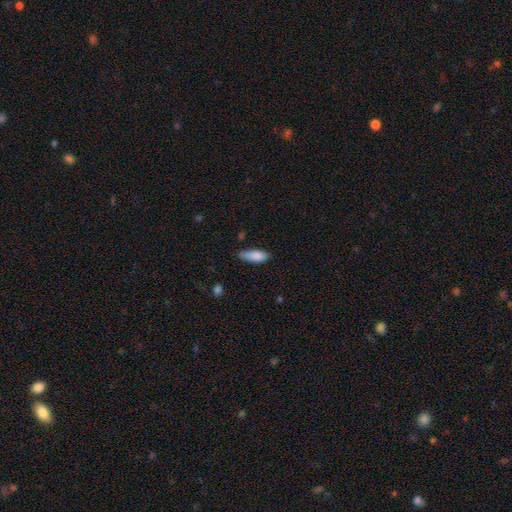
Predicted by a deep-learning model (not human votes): Smooth or featured: smooth — 86% (featured or disk — 7%)
How rounded: in between — 67% (cigar-shaped — 32%)
Merging: none — 64% (minor disturbance — 30%)